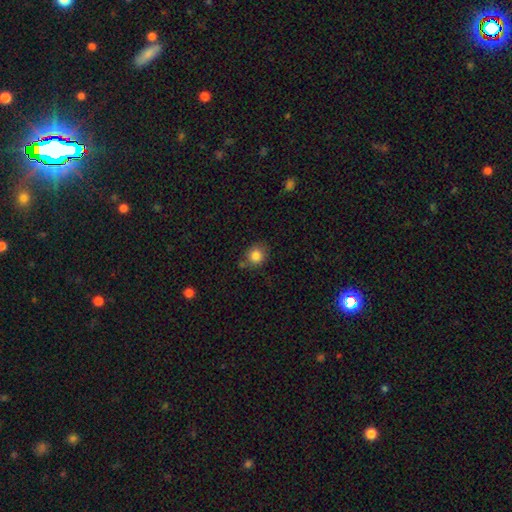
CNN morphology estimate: Smooth or featured?
  - smooth: 83% *
  - star or artifact: 11%
  - featured or disk: 6%
How rounded?
  - round: 81% *
  - in between: 18%
  - cigar-shaped: 1%
Merging?
  - none: 74% *
  - minor disturbance: 16%
  - merger: 6%
  - major disturbance: 4%